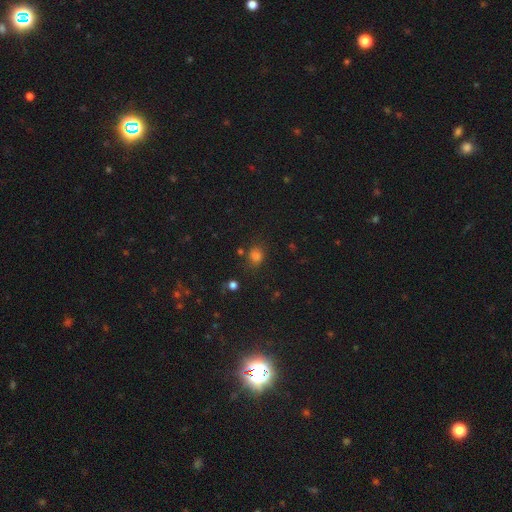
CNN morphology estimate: Overall: smooth (73%). How rounded: round (55%; in between 43%). Merging: none (69%).